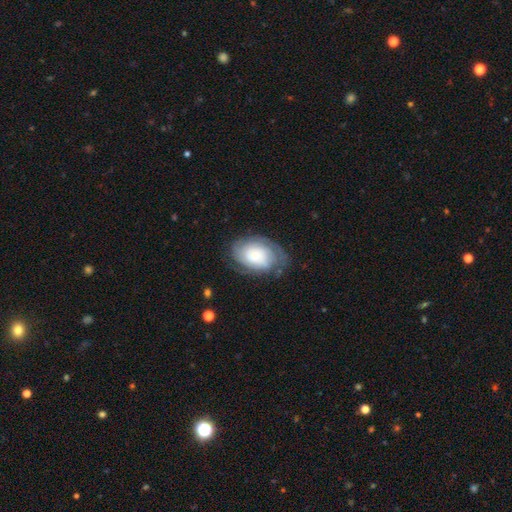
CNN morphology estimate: Q: Smooth or featured?
A: featured or disk (56%); runner-up: smooth (36%)
Q: Edge-on disk?
A: no (96%); runner-up: yes (4%)
Q: Bar?
A: no (83%); runner-up: weak (14%)
Q: Spiral arms?
A: yes (79%); runner-up: no (21%)
Q: Bulge size?
A: small (52%); runner-up: moderate (22%)
Q: Merging?
A: none (65%); runner-up: minor disturbance (22%)